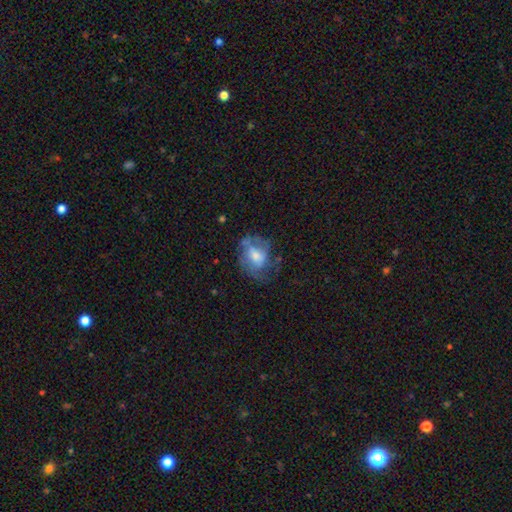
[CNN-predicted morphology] This appears to be a featured or disk galaxy (52%). Merging: none (49%).